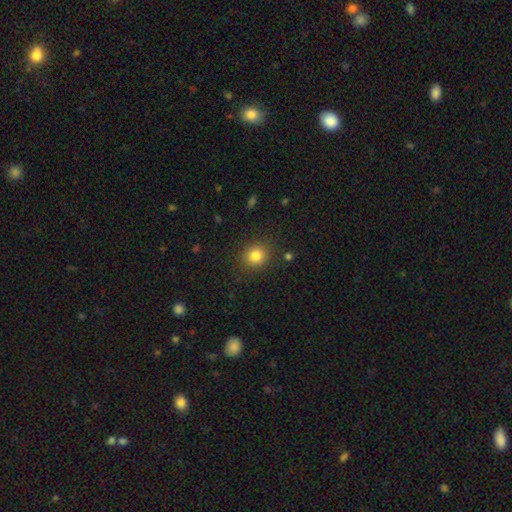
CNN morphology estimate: Smooth or featured? smooth (82%)
How rounded? round (82%)
Merging? none (87%)